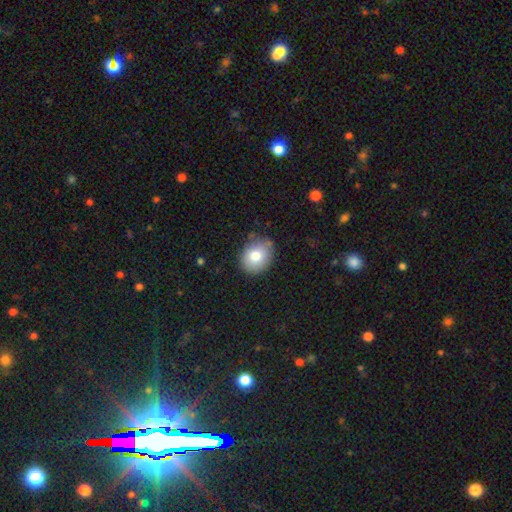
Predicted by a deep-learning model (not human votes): smooth-or-featured: smooth: 78% | featured or disk: 13% | star or artifact: 9%
  how-rounded: round: 52% | in between: 47% | cigar-shaped: 1%
  merging: none: 79% | minor disturbance: 16% | major disturbance: 3% | merger: 2%